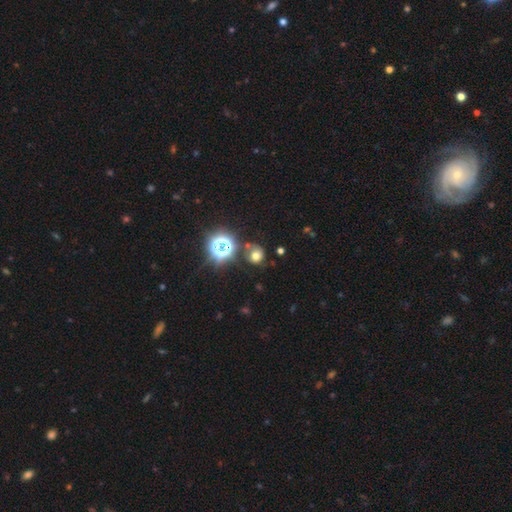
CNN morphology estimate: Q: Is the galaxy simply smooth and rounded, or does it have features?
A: smooth — 64%.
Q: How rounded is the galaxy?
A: round — 81%.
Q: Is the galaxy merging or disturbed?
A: none — 71%.